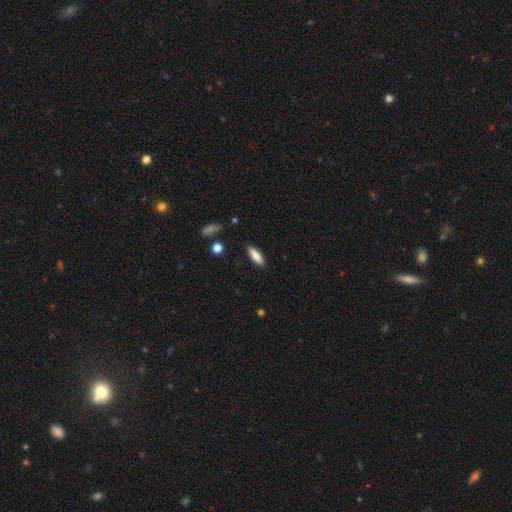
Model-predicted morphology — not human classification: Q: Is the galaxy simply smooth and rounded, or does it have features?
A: smooth — 81%.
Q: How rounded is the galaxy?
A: in between — 51%.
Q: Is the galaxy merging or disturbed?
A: none — 87%.